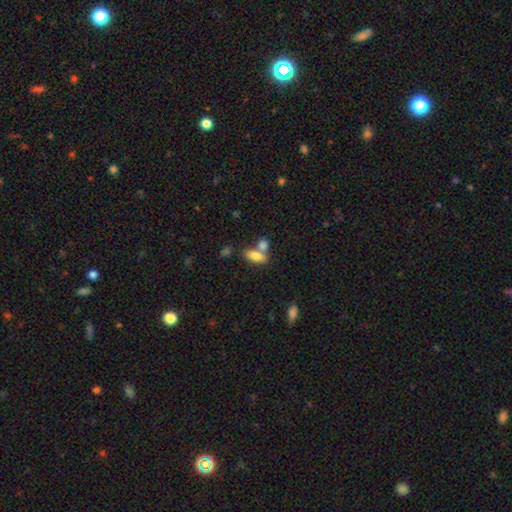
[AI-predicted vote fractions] Morphology: type=smooth (81%); roundness=in between (84%); merging=merger (43%).